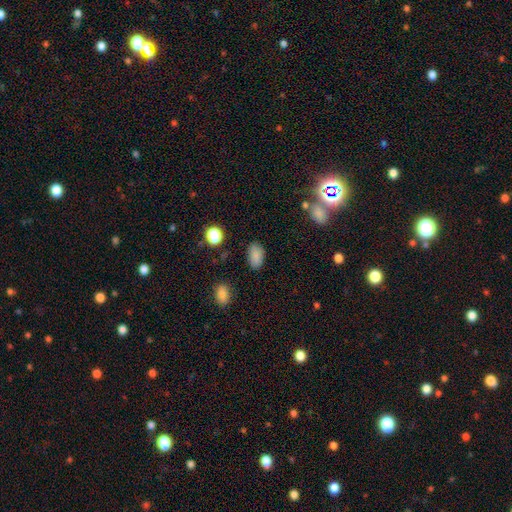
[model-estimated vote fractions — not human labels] The model was most divided on "merging": none: 82%, minor disturbance: 13%, major disturbance: 3%, merger: 2%. More confident: how rounded — in between (92%); smooth or featured — smooth (84%).